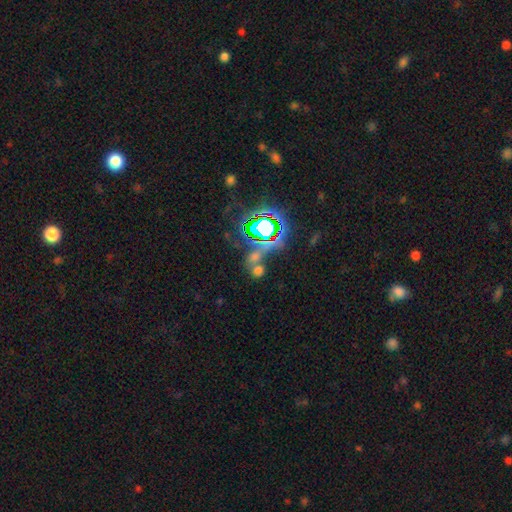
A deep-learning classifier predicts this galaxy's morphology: A star or artifact, not a galaxy (55%).